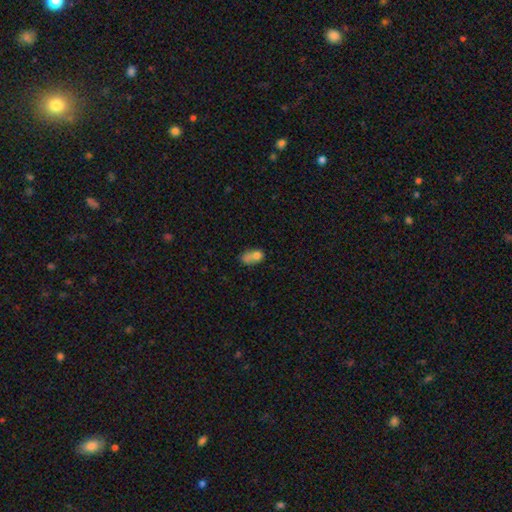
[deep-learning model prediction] Smooth or featured?
  - smooth: 69% *
  - featured or disk: 20%
  - star or artifact: 11%
How rounded?
  - in between: 67% *
  - round: 31%
  - cigar-shaped: 3%
Merging?
  - merger: 52% *
  - none: 24%
  - minor disturbance: 14%
  - major disturbance: 11%